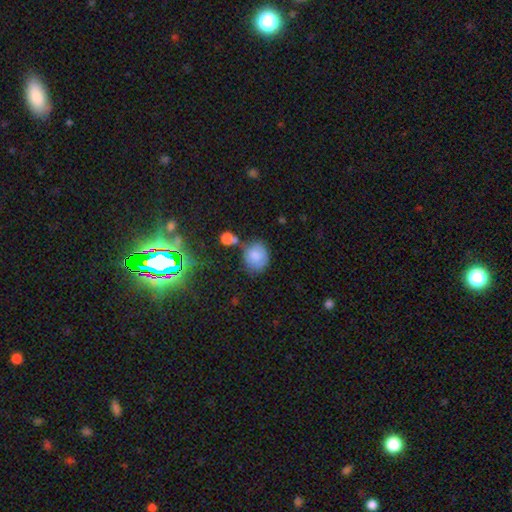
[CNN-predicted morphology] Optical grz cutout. It shows a smooth galaxy with no disk features (80%) that is round (72%). Merging: none (61%).